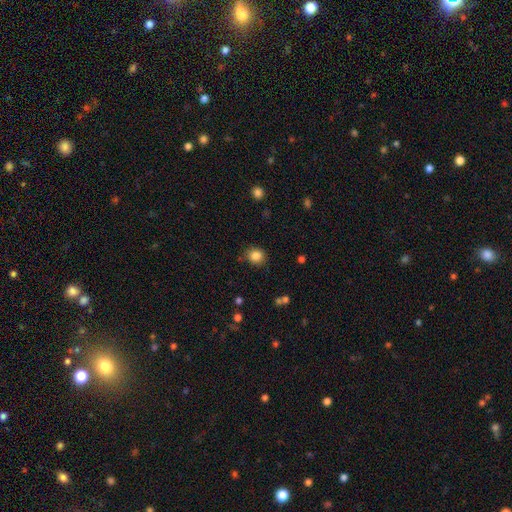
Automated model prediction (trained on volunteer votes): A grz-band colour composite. It shows a smooth galaxy with no disk features (84%) that is round (79%). Merging: none (84%).